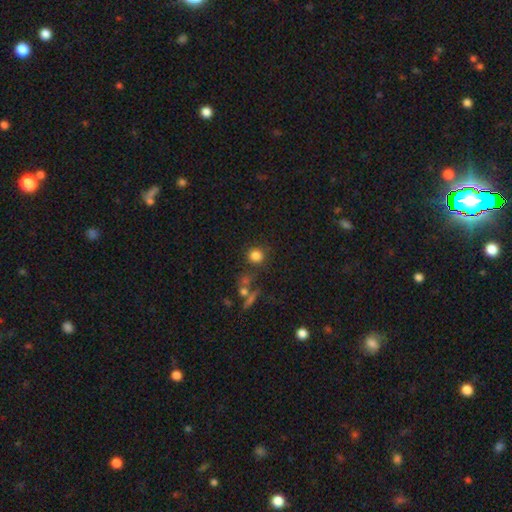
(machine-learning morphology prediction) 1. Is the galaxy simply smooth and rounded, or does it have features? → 81% smooth, 13% star or artifact, 6% featured or disk.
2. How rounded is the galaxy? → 92% round, 7% in between, 1% cigar-shaped.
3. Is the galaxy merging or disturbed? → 79% none, 9% minor disturbance, 8% merger, 4% major disturbance.